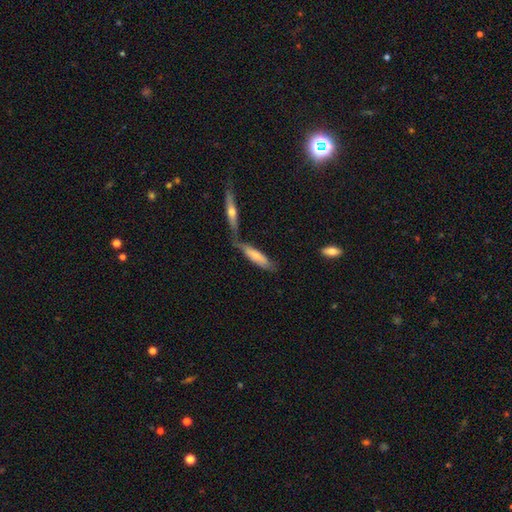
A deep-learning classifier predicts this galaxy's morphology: A smooth galaxy with no disk features (70%) that is cigar-shaped (70%). Merging: none (48%).